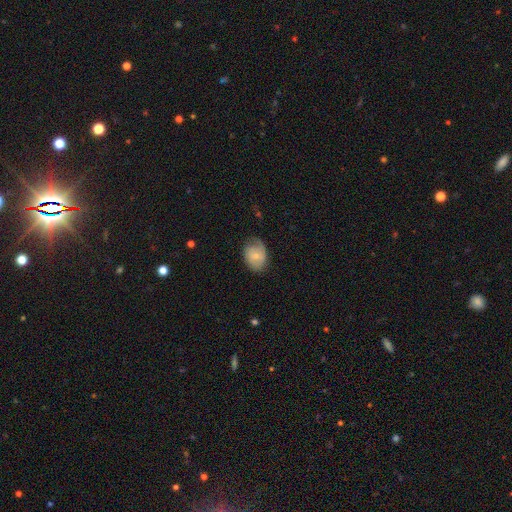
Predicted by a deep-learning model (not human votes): Smooth or featured? smooth (59%)
How rounded? in between (66%)
Merging? none (55%)